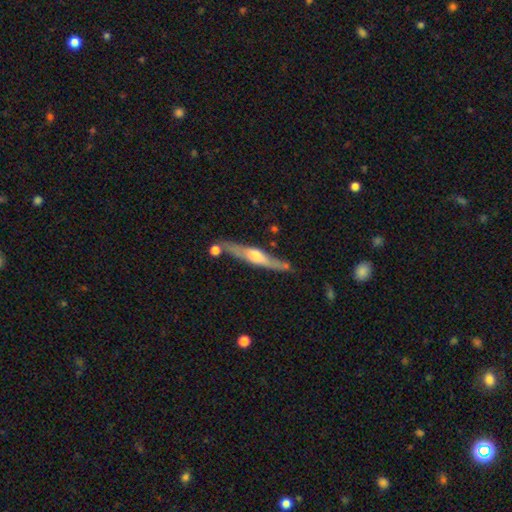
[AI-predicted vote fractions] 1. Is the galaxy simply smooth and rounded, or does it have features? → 70% featured or disk, 25% smooth, 5% star or artifact.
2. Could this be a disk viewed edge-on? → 94% yes, 6% no.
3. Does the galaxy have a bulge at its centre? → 84% rounded, 9% boxy, 7% none.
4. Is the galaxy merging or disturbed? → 76% none, 14% minor disturbance, 6% merger, 3% major disturbance.